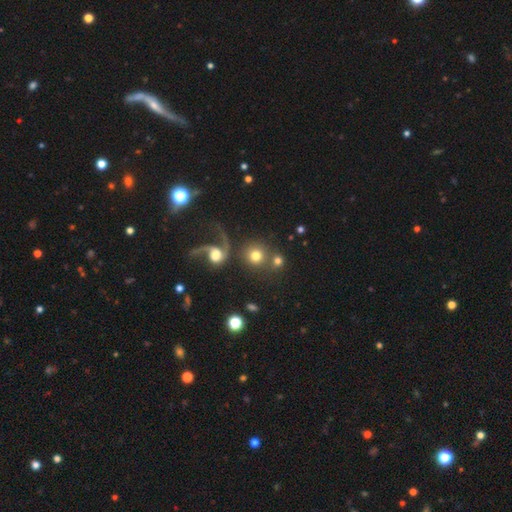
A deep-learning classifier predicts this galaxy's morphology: smooth-or-featured: smooth: 72% | featured or disk: 18% | star or artifact: 11%
  how-rounded: round: 91% | in between: 8% | cigar-shaped: 1%
  merging: none: 56% | merger: 26% | major disturbance: 9% | minor disturbance: 8%